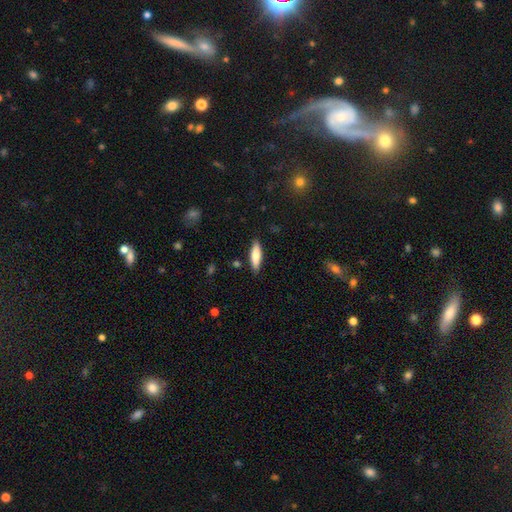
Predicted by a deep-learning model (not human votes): smooth-or-featured: smooth: 74% | featured or disk: 20% | star or artifact: 6%
  how-rounded: cigar-shaped: 64% | in between: 35% | round: 2%
  merging: none: 87% | minor disturbance: 9% | major disturbance: 2% | merger: 2%